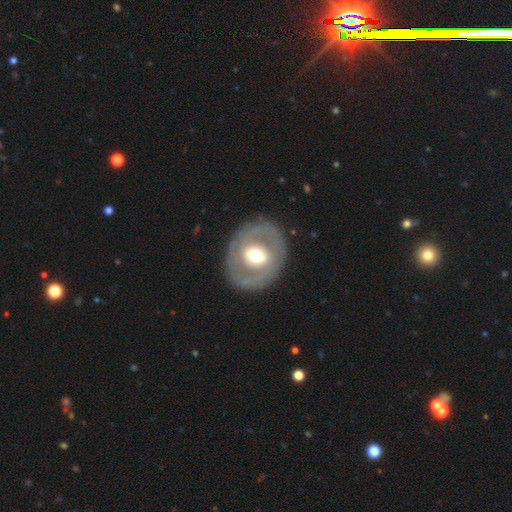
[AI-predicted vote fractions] This appears to be a featured or disk galaxy (59%) with no bar (52%), no spiral arms (77%) and a moderate central bulge (62%). Merging: none (83%).